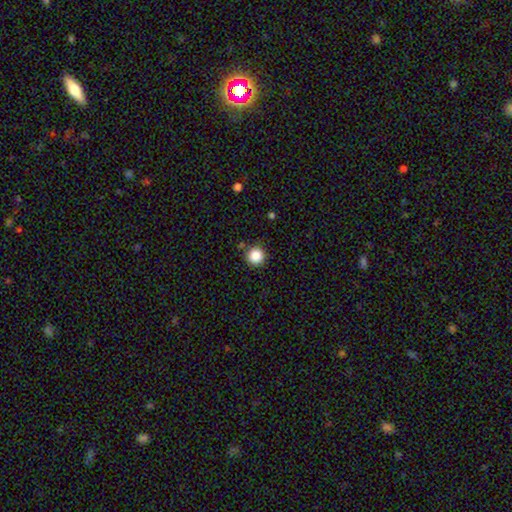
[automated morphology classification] Q: Smooth or featured?
A: smooth (86%); runner-up: star or artifact (10%)
Q: How rounded?
A: round (96%); runner-up: in between (3%)
Q: Merging?
A: none (89%); runner-up: minor disturbance (7%)